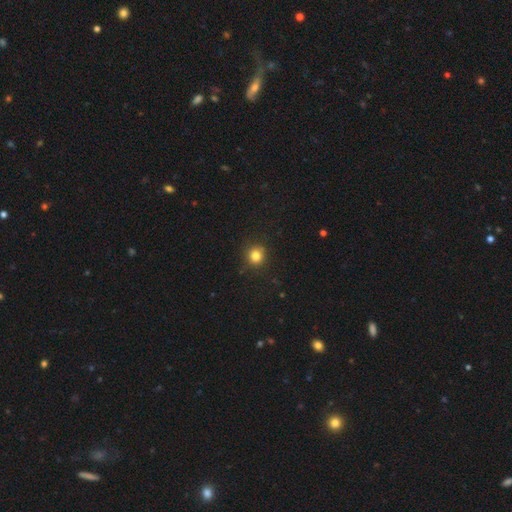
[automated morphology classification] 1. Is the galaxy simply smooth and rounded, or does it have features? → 82% smooth, 13% star or artifact, 5% featured or disk.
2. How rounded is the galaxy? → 93% round, 6% in between, 1% cigar-shaped.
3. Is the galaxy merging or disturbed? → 88% none, 8% minor disturbance, 2% major disturbance, 1% merger.